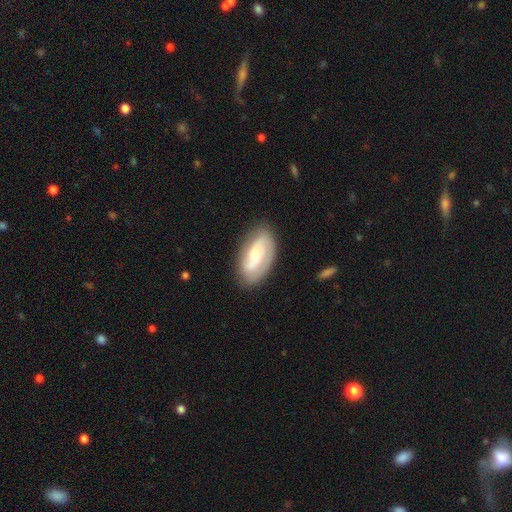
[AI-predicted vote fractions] Smooth or featured? Predicted: featured or disk (p=0.67). Edge-on disk? Predicted: no (p=0.95). Bar? Predicted: no (p=0.51). Spiral arms? Predicted: yes (p=0.87). Spiral winding? Predicted: medium (p=0.40). Spiral arm count? Predicted: 2 (p=0.66). Bulge size? Predicted: small (p=0.52). Merging? Predicted: none (p=0.78).